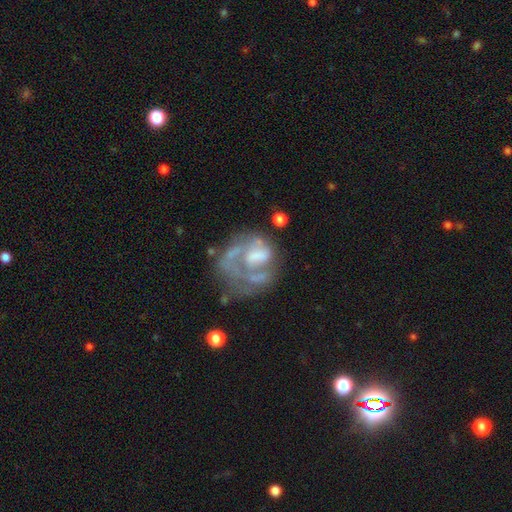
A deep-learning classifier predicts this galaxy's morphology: Smooth or featured?
  - featured or disk: 73% *
  - smooth: 18%
  - star or artifact: 9%
Edge-on disk?
  - no: 98% *
  - yes: 2%
Bar?
  - no: 61% *
  - weak: 30%
  - strong: 10%
Spiral arms?
  - yes: 56% *
  - no: 44%
Bulge size?
  - none: 38% *
  - moderate: 31%
  - small: 18%
  - large: 10%
  - dominant: 2%
Merging?
  - none: 39% *
  - major disturbance: 35%
  - minor disturbance: 19%
  - merger: 8%